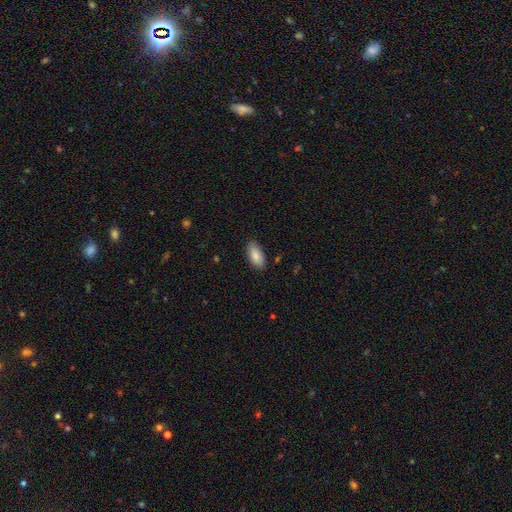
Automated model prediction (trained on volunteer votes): Q: Smooth or featured?
A: smooth (88%); runner-up: star or artifact (6%)
Q: How rounded?
A: in between (91%); runner-up: cigar-shaped (7%)
Q: Merging?
A: none (86%); runner-up: minor disturbance (11%)